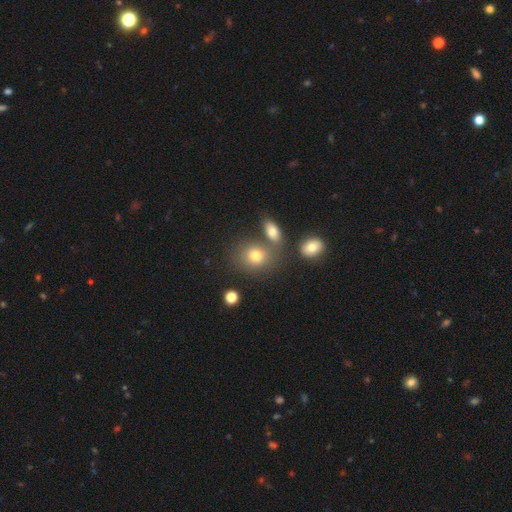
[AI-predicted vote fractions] The model was most divided on "how rounded": round: 61%, in between: 38%, cigar-shaped: 1%. More confident: smooth or featured — smooth (74%); merging — none (63%).